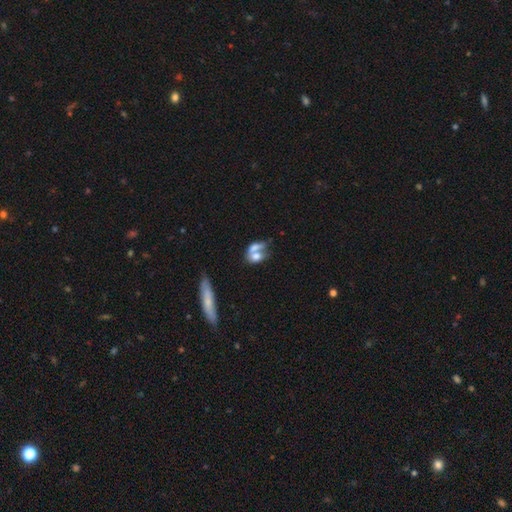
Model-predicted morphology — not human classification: Overall: smooth (62%; featured or disk 29%). How rounded: in between (72%). Merging: merger (64%).